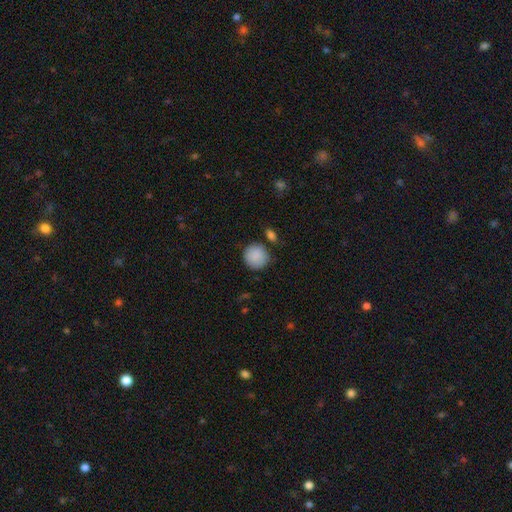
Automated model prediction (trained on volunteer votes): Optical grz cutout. It shows a smooth galaxy with no disk features (88%) that is round (92%). Merging: none (78%).